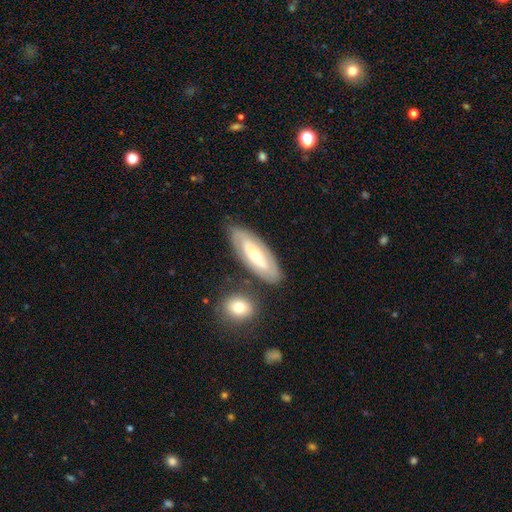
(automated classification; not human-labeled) A featured or disk galaxy (58%). Merging: none (78%).